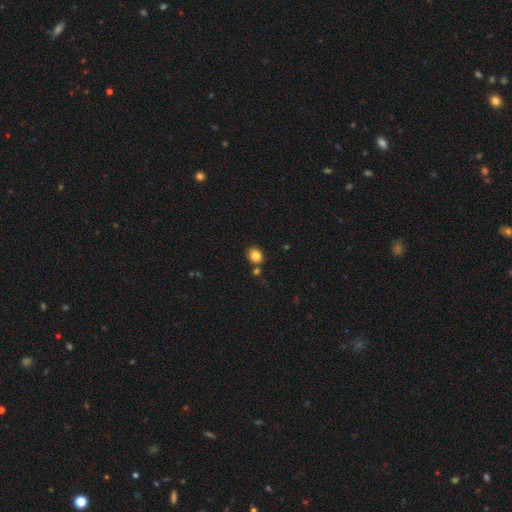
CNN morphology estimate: Smooth or featured? smooth (83%)
How rounded? round (63%)
Merging? none (77%)